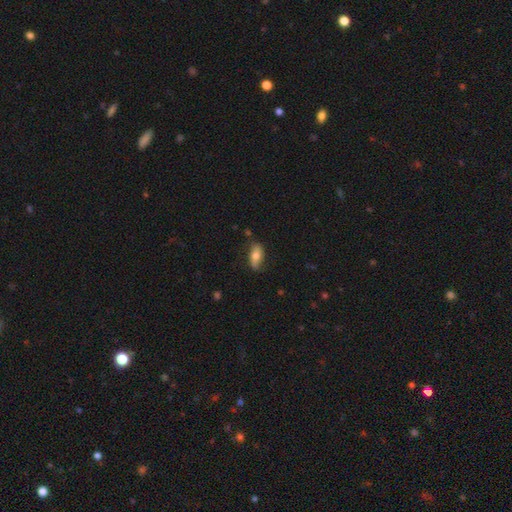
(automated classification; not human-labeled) smooth_or_featured: smooth (p=0.65) [alt: featured or disk p=0.28]
how_rounded: in between (p=0.83) [alt: cigar-shaped p=0.13]
merging: none (p=0.75) [alt: minor disturbance p=0.19]